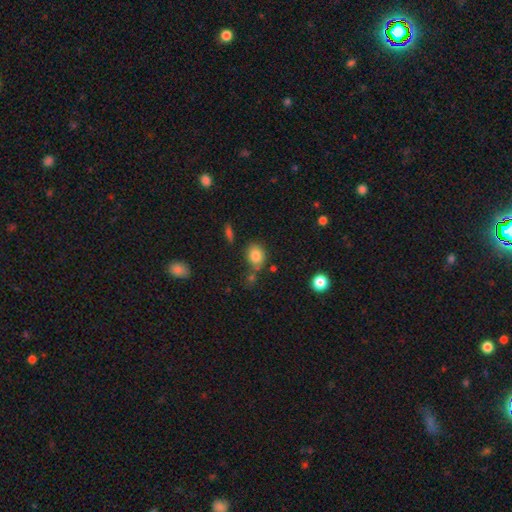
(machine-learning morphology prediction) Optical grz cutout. It shows a smooth galaxy with no disk features (83%) that is round (54%). Merging: none (65%).